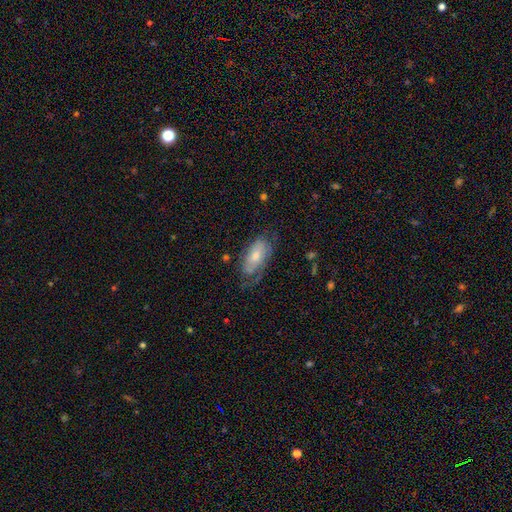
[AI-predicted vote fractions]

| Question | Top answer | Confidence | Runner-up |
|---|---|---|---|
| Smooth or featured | smooth | 50% | featured or disk (44%) |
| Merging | none | 47% | minor disturbance (28%) |